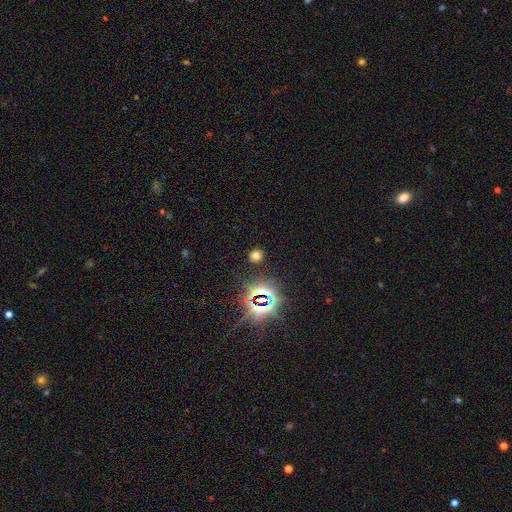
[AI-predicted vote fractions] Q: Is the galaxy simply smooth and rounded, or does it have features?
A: smooth — 64%.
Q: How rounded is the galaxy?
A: round — 85%.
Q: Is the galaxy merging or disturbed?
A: none — 89%.